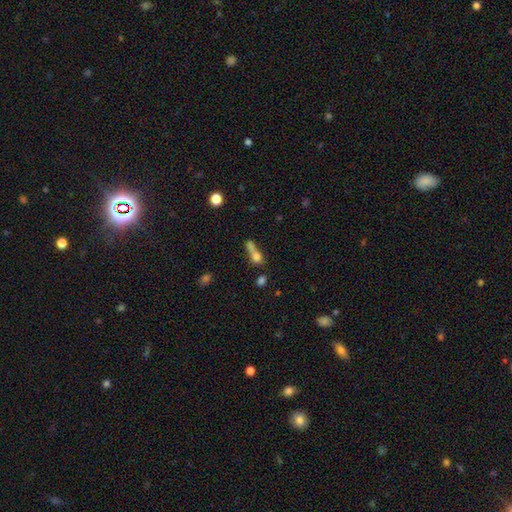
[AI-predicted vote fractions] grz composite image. It shows a smooth galaxy with no disk features (66%) that is in between round and cigar-shaped (42%). Merging: merger (53%).